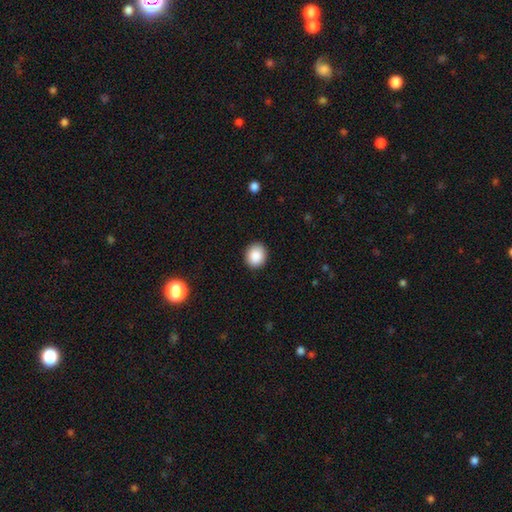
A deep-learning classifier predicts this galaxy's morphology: This appears to be a smooth galaxy with no disk features (89%) that is round (75%). Merging: none (91%).